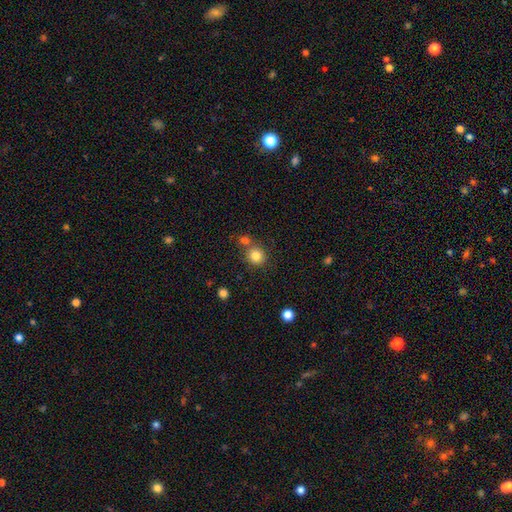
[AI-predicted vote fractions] Overall: smooth (82%). How rounded: round (87%). Merging: none (67%).